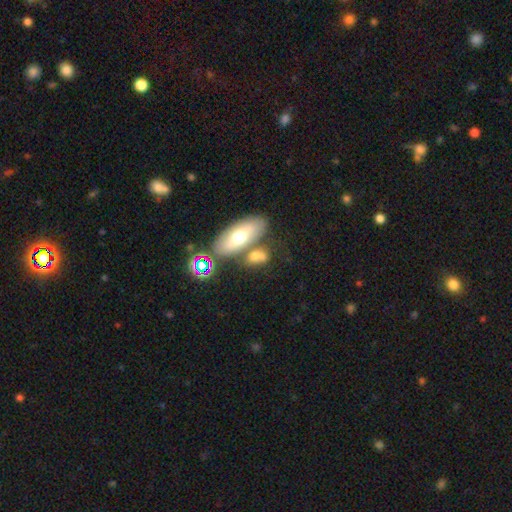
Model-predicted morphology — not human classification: Smooth or featured: smooth — 63% (featured or disk — 24%)
How rounded: in between — 73% (round — 15%)
Merging: none — 51% (merger — 28%)